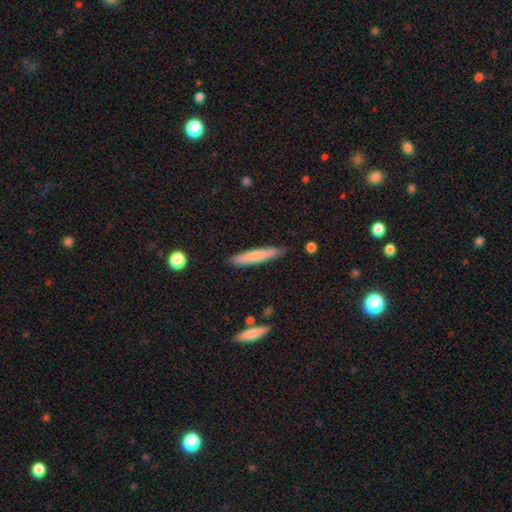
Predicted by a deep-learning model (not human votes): smooth 74%, featured or disk 20%, star or artifact 6%. Down the decision tree: how rounded — cigar-shaped (92%); merging — none (86%).